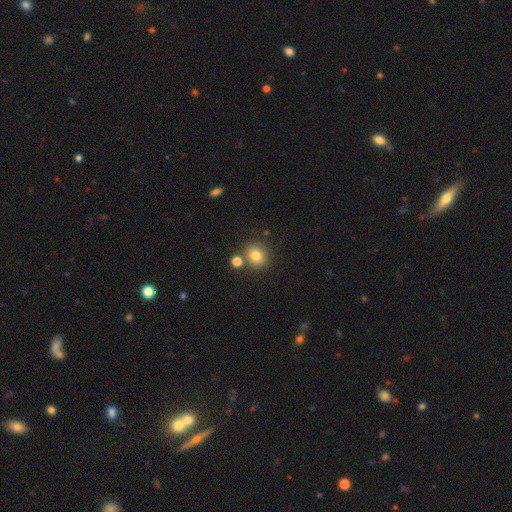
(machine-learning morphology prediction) Smooth or featured?
  - smooth: 80% *
  - star or artifact: 12%
  - featured or disk: 8%
How rounded?
  - round: 81% *
  - in between: 18%
  - cigar-shaped: 1%
Merging?
  - none: 74% *
  - merger: 13%
  - minor disturbance: 9%
  - major disturbance: 3%